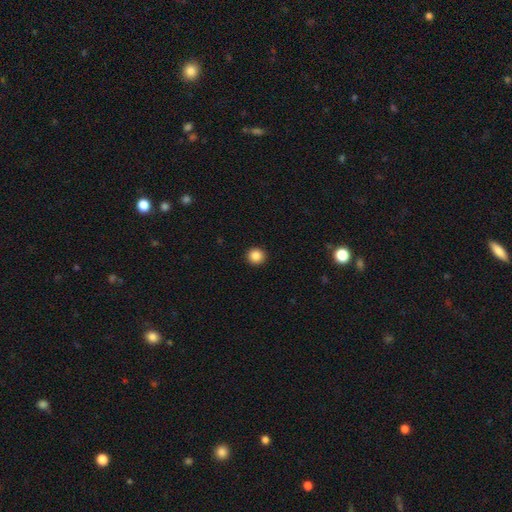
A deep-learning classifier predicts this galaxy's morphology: smooth 86%, star or artifact 10%, featured or disk 3%. Down the decision tree: how rounded — round (93%); merging — none (93%).